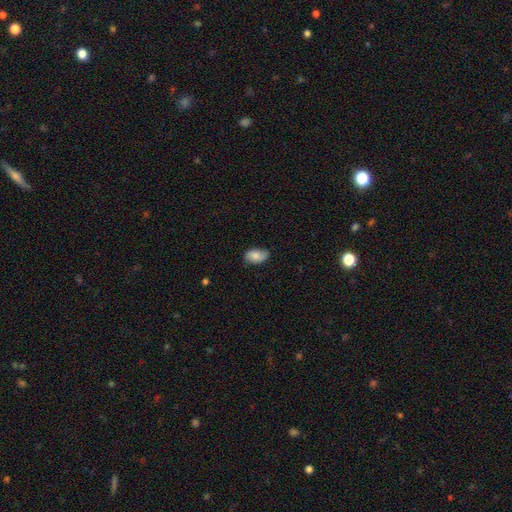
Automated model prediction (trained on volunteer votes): Smooth or featured? smooth (76%)
How rounded? in between (92%)
Merging? none (68%)